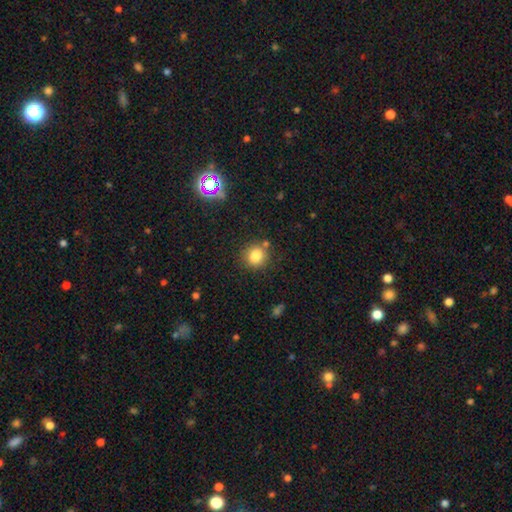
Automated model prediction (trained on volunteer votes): Smooth or featured: smooth — 82% (star or artifact — 12%)
How rounded: round — 84% (in between — 15%)
Merging: none — 79% (minor disturbance — 11%)